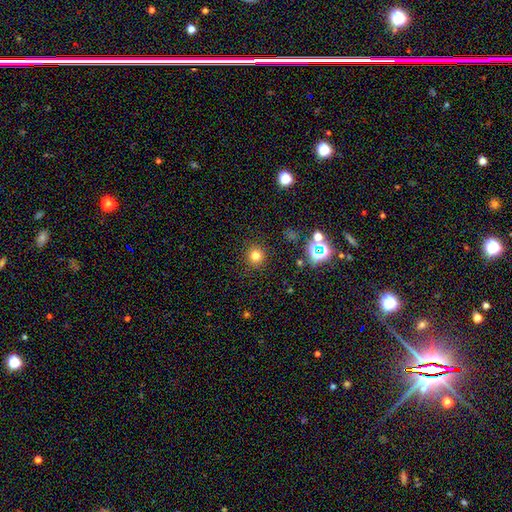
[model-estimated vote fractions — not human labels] Q: Smooth or featured?
A: smooth (76%); runner-up: star or artifact (18%)
Q: How rounded?
A: round (93%); runner-up: in between (6%)
Q: Merging?
A: none (90%); runner-up: minor disturbance (6%)